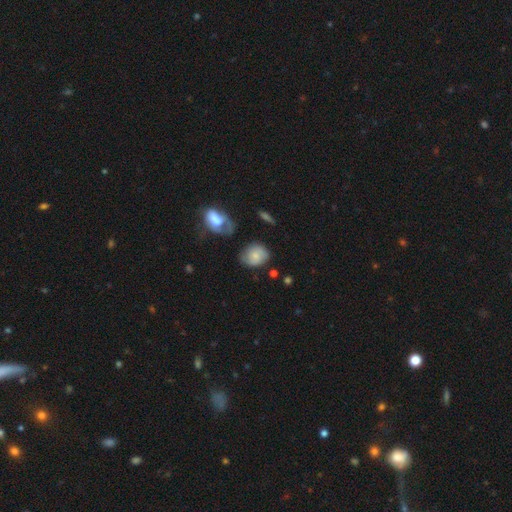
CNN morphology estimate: Smooth or featured: smooth — 65% (featured or disk — 26%)
How rounded: round — 54% (in between — 44%)
Merging: none — 60% (minor disturbance — 26%)